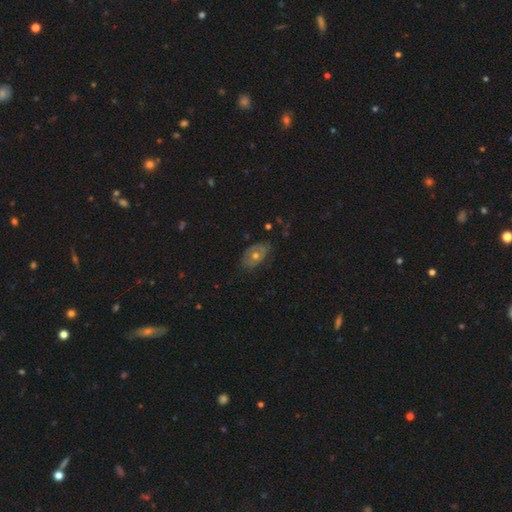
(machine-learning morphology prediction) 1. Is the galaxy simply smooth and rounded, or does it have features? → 56% featured or disk, 32% smooth, 12% star or artifact.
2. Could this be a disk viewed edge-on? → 92% no, 8% yes.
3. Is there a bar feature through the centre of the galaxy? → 87% no, 10% weak, 3% strong.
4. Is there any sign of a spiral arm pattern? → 59% no, 41% yes.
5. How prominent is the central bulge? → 69% moderate, 26% small, 4% large, 1% none, 1% dominant.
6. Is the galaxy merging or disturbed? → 72% none, 21% minor disturbance, 6% major disturbance, 2% merger.